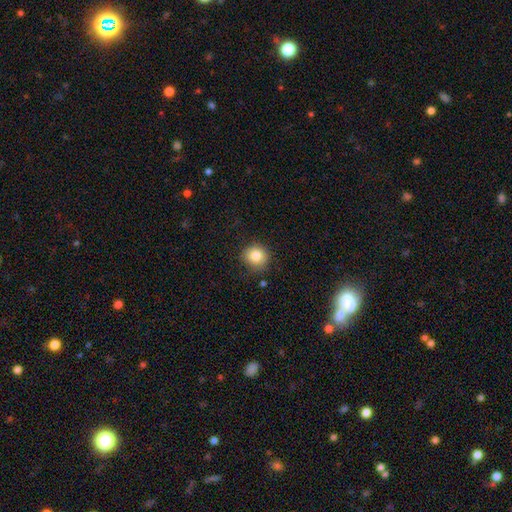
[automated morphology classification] The model was most divided on "merging": none: 83%, minor disturbance: 13%, major disturbance: 3%, merger: 1%. More confident: how rounded — round (89%); smooth or featured — smooth (83%).